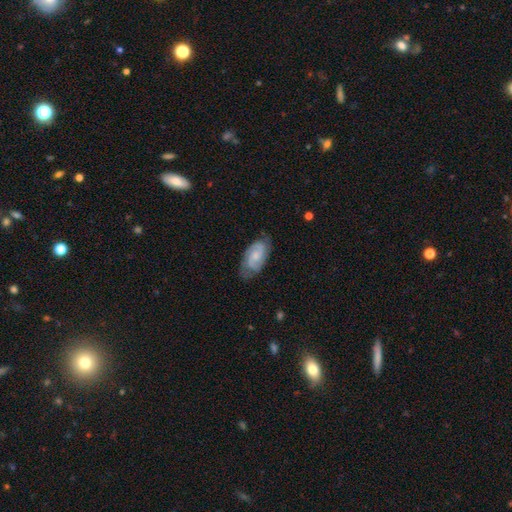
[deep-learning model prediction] Smooth or featured?
  - featured or disk: 76% *
  - smooth: 18%
  - star or artifact: 6%
Edge-on disk?
  - no: 96% *
  - yes: 4%
Bar?
  - no: 56% *
  - weak: 38%
  - strong: 6%
Spiral arms?
  - yes: 95% *
  - no: 5%
Spiral winding?
  - tight: 45% *
  - medium: 44%
  - loose: 11%
Spiral arm count?
  - 2: 85% *
  - can't tell: 8%
  - 3: 3%
  - 1: 2%
  - 4: 1%
  - more than 4: 1%
Bulge size?
  - small: 48% *
  - moderate: 34%
  - none: 14%
  - large: 3%
  - dominant: 1%
Merging?
  - none: 74% *
  - minor disturbance: 20%
  - major disturbance: 5%
  - merger: 1%